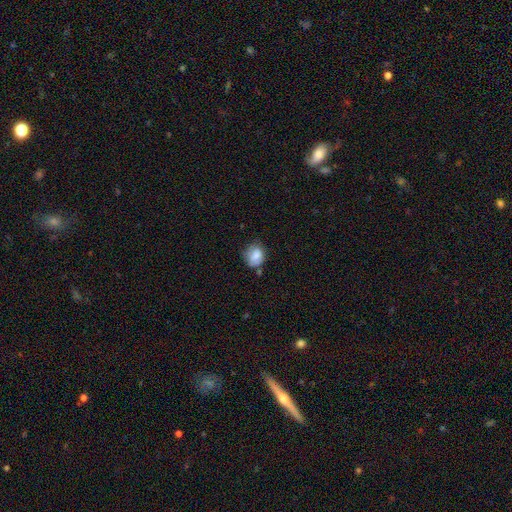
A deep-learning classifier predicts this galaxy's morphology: Smooth or featured? smooth (77%)
How rounded? round (57%)
Merging? none (55%)